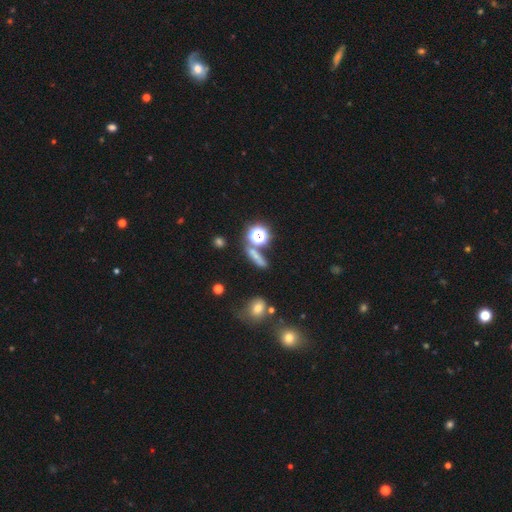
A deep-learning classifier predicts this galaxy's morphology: smooth 57%, star or artifact 27%, featured or disk 16%. Down the decision tree: how rounded — cigar-shaped (53%); merging — none (62%).